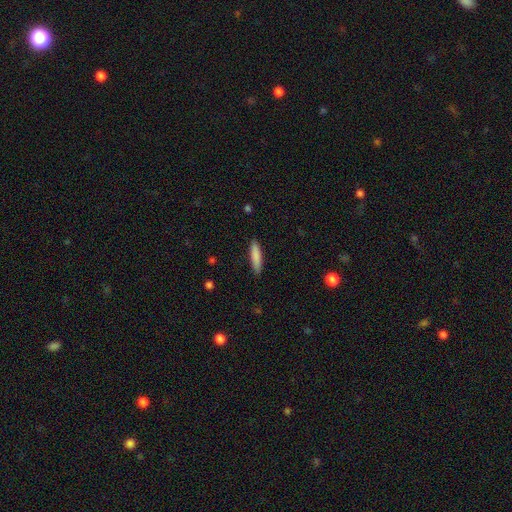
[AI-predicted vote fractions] This appears to be a smooth galaxy with no disk features (85%) that is cigar-shaped (82%). Merging: none (89%).